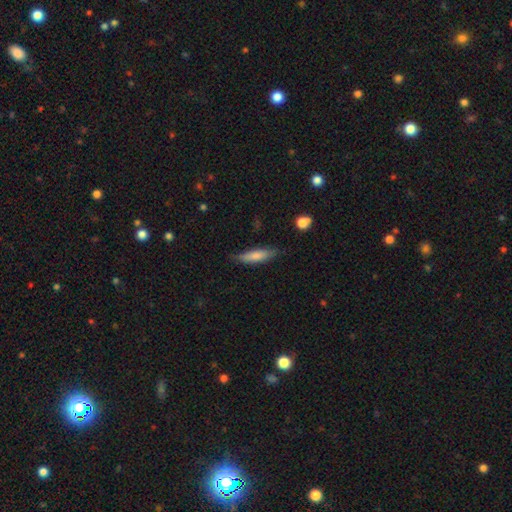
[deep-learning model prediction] Overall: smooth (77%). How rounded: cigar-shaped (72%). Merging: none (80%).